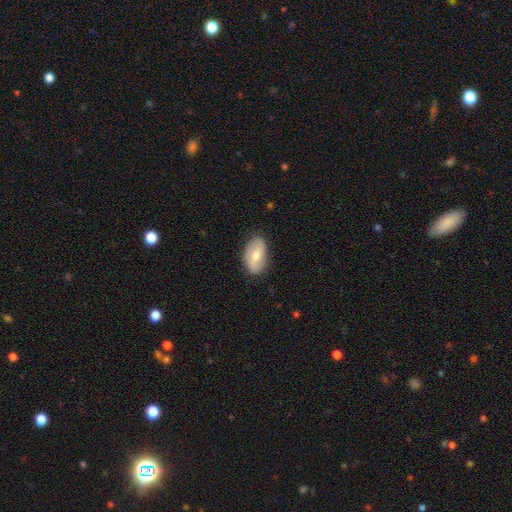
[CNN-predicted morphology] The model was most divided on "smooth or featured": smooth: 60%, featured or disk: 34%, star or artifact: 6%. More confident: how rounded — in between (92%); merging — none (80%).